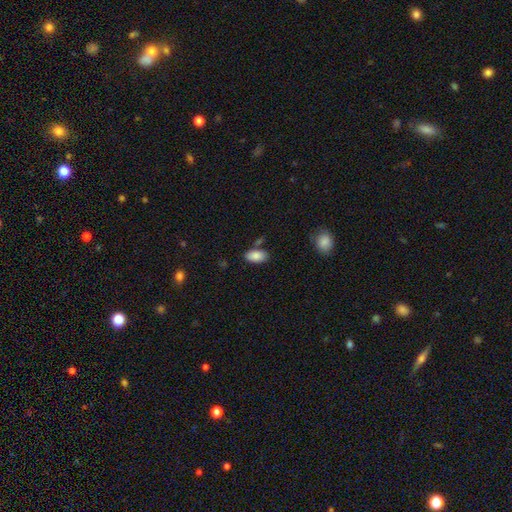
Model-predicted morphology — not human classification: A smooth galaxy with no disk features (88%) that is in between round and cigar-shaped (94%).

Vote fractions:
- Smooth or featured? smooth: 88% / star or artifact: 7% / featured or disk: 5%
- How rounded? in between: 94% / round: 4% / cigar-shaped: 2%
- Merging? none: 77% / minor disturbance: 13% / merger: 7% / major disturbance: 3%